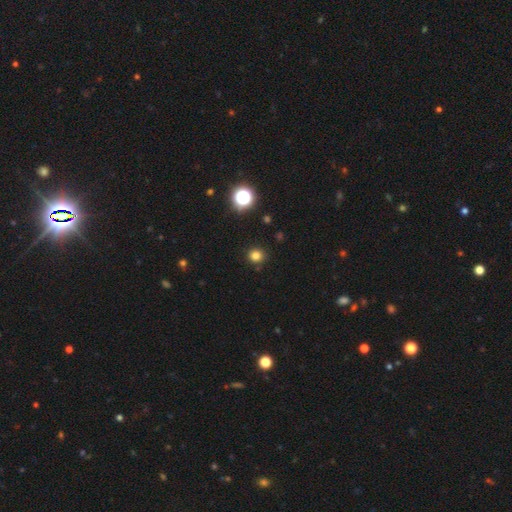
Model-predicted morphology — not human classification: smooth-or-featured: smooth: 79% | star or artifact: 16% | featured or disk: 4%
  how-rounded: round: 91% | in between: 8% | cigar-shaped: 1%
  merging: none: 90% | minor disturbance: 6% | major disturbance: 2% | merger: 2%